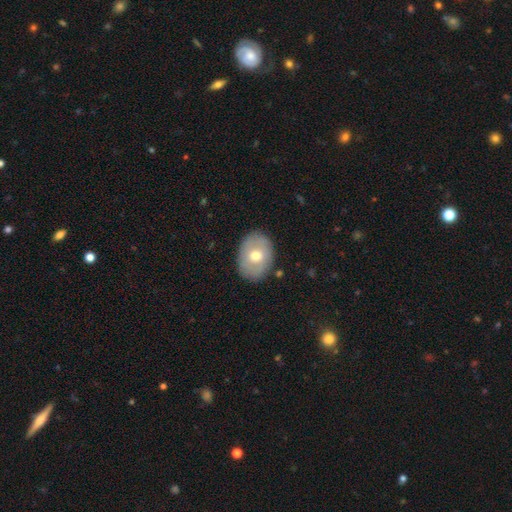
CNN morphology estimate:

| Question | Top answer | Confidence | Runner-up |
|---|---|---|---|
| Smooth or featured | smooth | 61% | featured or disk (32%) |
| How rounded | in between | 64% | round (35%) |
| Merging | none | 85% | minor disturbance (11%) |